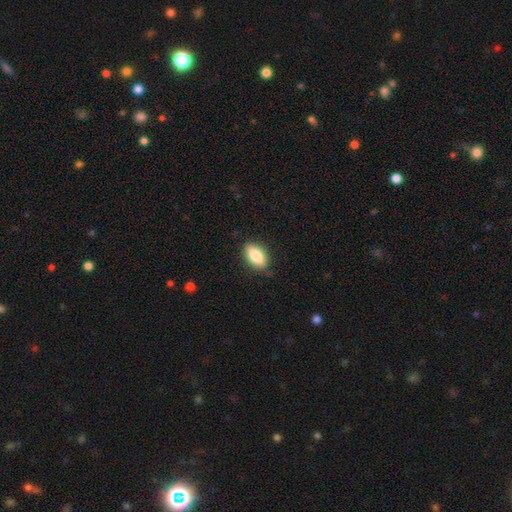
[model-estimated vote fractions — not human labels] Overall: smooth (81%). How rounded: in between (88%). Merging: none (84%).